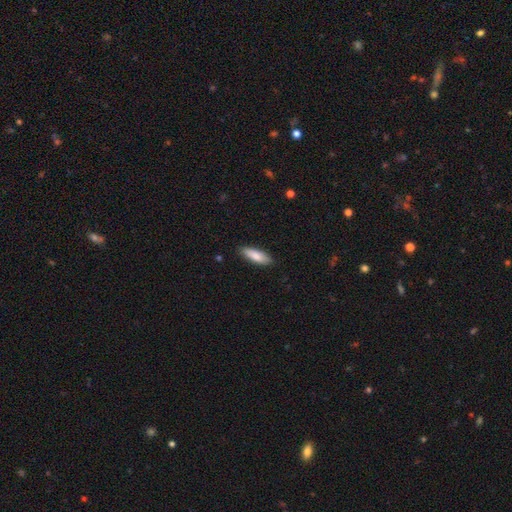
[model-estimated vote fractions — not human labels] smooth-or-featured: smooth: 83% | featured or disk: 11% | star or artifact: 6%
  how-rounded: in between: 53% | cigar-shaped: 46% | round: 2%
  merging: none: 88% | minor disturbance: 10% | major disturbance: 2% | merger: 1%